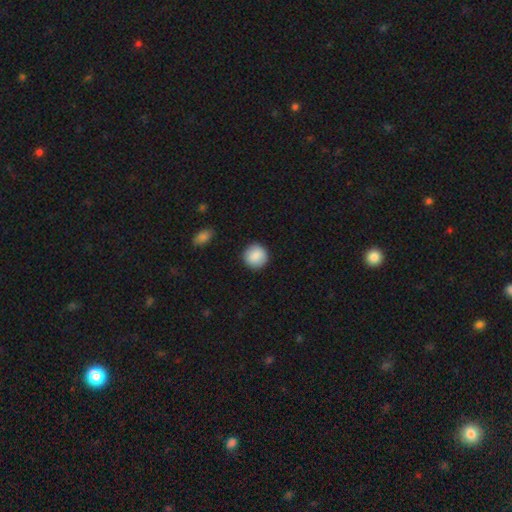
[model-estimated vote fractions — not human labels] Smooth or featured: smooth — 88% (star or artifact — 7%)
How rounded: round — 93% (in between — 6%)
Merging: none — 91% (minor disturbance — 6%)